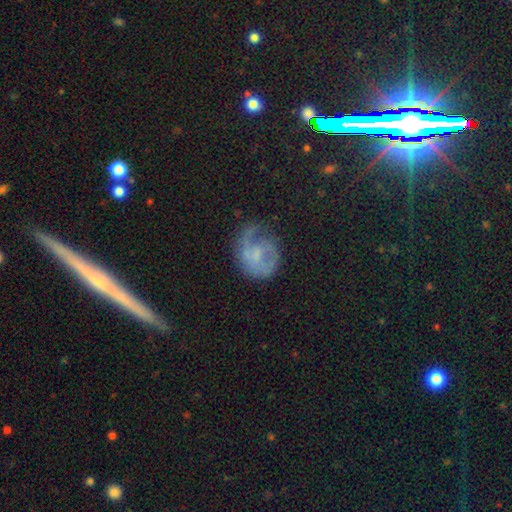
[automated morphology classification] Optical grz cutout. It shows a featured or disk galaxy (57%) with no bar (61%), spiral arms (76%) and a small central bulge (42%). Merging: none (48%).